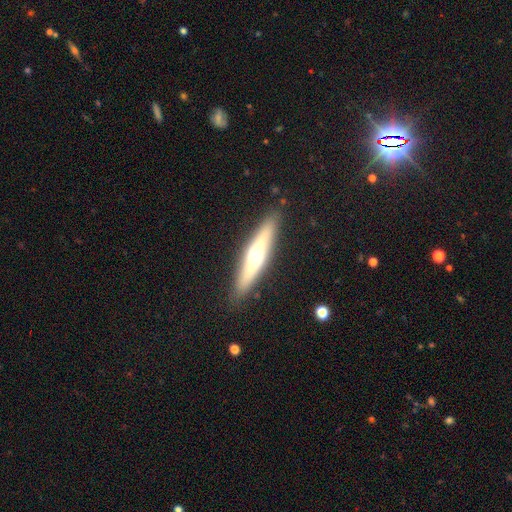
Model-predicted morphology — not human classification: A featured or disk galaxy (57%) viewed edge-on (91%) with a rounded central bulge (87%).

Vote fractions:
- Smooth or featured? featured or disk: 57% / smooth: 36% / star or artifact: 7%
- Edge-on disk? yes: 91% / no: 9%
- Edge-on bulge? rounded: 87% / none: 8% / boxy: 5%
- Merging? none: 89% / minor disturbance: 8% / major disturbance: 2% / merger: 1%